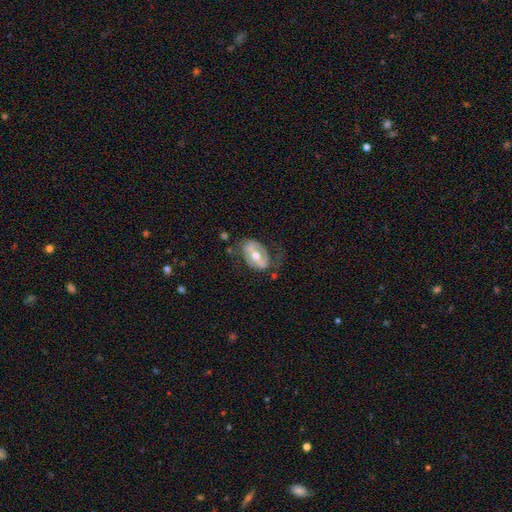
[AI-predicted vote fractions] Q: Smooth or featured?
A: featured or disk (69%); runner-up: smooth (25%)
Q: Edge-on disk?
A: no (93%); runner-up: yes (7%)
Q: Bar?
A: strong (45%); runner-up: weak (31%)
Q: Spiral arms?
A: yes (58%); runner-up: no (42%)
Q: Bulge size?
A: moderate (75%); runner-up: small (17%)
Q: Merging?
A: none (53%); runner-up: minor disturbance (23%)